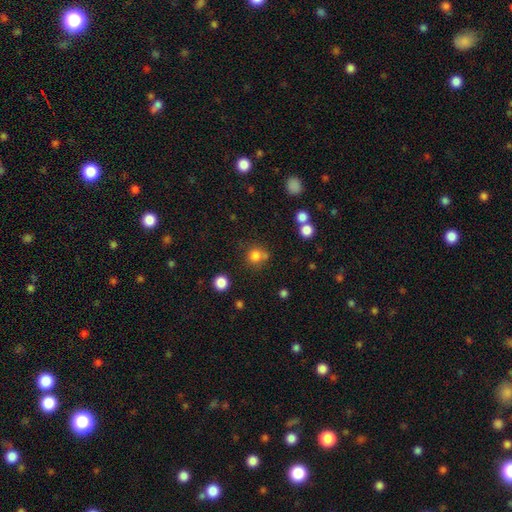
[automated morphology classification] This is likely a smooth galaxy (79%). How rounded: clearly round (84%). Merging: likely none (63%).